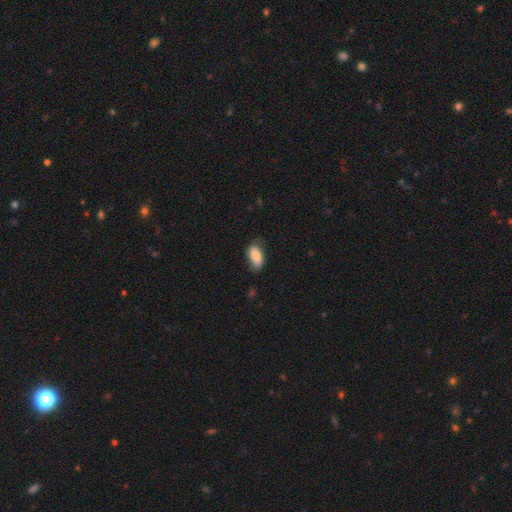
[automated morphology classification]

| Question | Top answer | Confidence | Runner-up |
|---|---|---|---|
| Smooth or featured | smooth | 77% | featured or disk (16%) |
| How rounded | in between | 91% | cigar-shaped (5%) |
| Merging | none | 57% | minor disturbance (32%) |